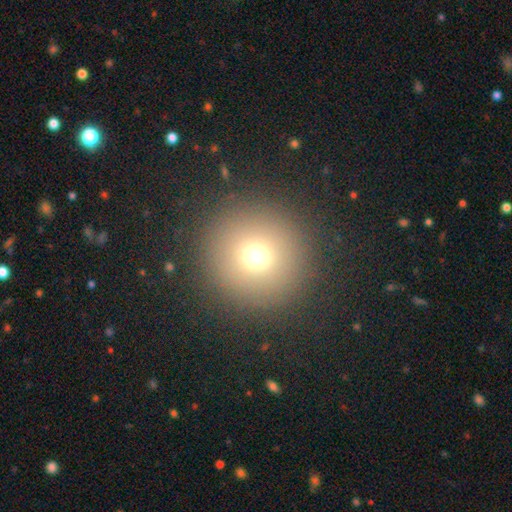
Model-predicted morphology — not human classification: A smooth galaxy with no disk features (71%) that is round (96%). Merging: none (91%).